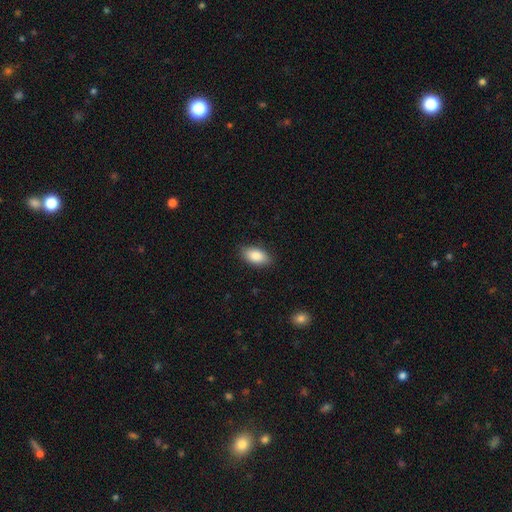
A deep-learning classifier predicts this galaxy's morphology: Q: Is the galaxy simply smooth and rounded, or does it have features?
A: smooth — 87%.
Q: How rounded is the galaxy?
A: in between — 92%.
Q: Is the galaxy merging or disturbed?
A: none — 87%.